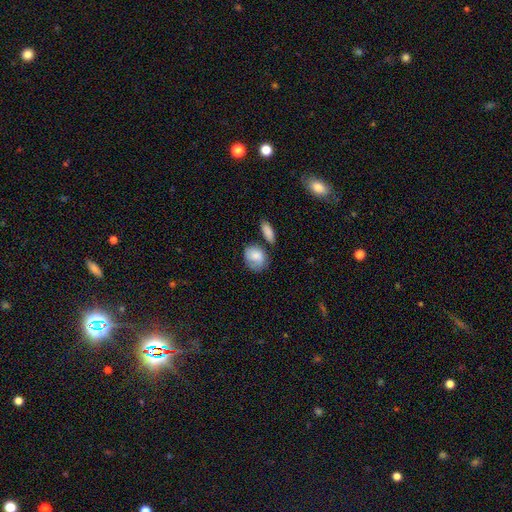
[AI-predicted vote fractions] Overall: smooth (78%). How rounded: in between (58%; round 41%). Merging: none (49%; minor disturbance 27%).